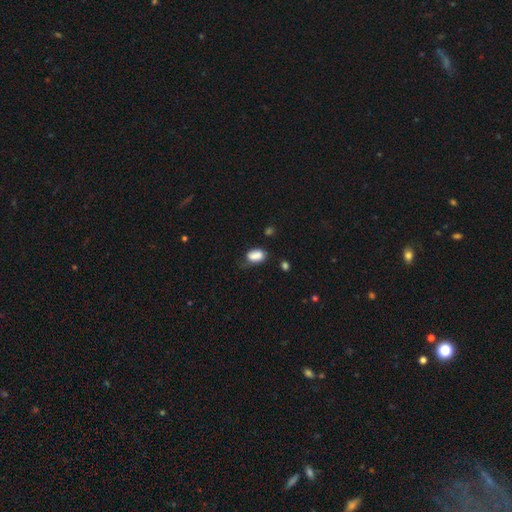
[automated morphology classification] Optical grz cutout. It shows a smooth galaxy with no disk features (85%) that is in between round and cigar-shaped (88%). Merging: none (51%).